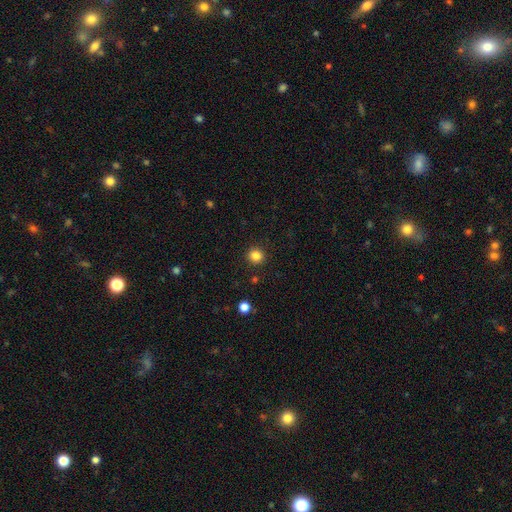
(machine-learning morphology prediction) smooth 84%, star or artifact 12%, featured or disk 4%. Down the decision tree: how rounded — round (90%); merging — none (91%).